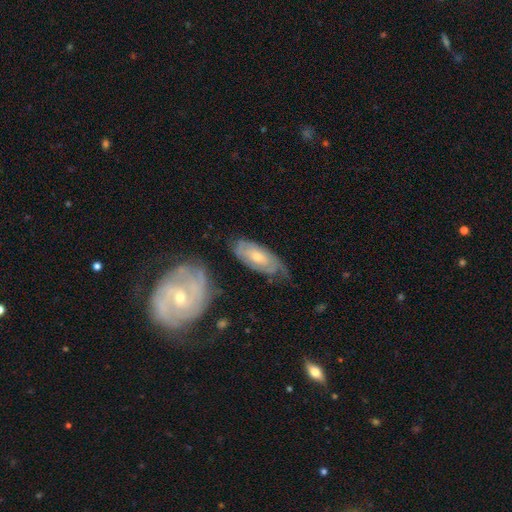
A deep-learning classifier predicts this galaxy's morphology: Smooth or featured?
  - featured or disk: 67% *
  - smooth: 26%
  - star or artifact: 7%
Edge-on disk?
  - no: 89% *
  - yes: 11%
Bar?
  - no: 64% *
  - weak: 29%
  - strong: 6%
Spiral arms?
  - yes: 84% *
  - no: 16%
Spiral winding?
  - tight: 63% *
  - medium: 28%
  - loose: 9%
Spiral arm count?
  - can't tell: 49% *
  - 2: 32%
  - 3: 8%
  - 1: 6%
  - 4: 3%
  - more than 4: 2%
Bulge size?
  - moderate: 50% *
  - small: 43%
  - large: 3%
  - none: 2%
  - dominant: 1%
Merging?
  - none: 62% *
  - minor disturbance: 24%
  - major disturbance: 9%
  - merger: 5%